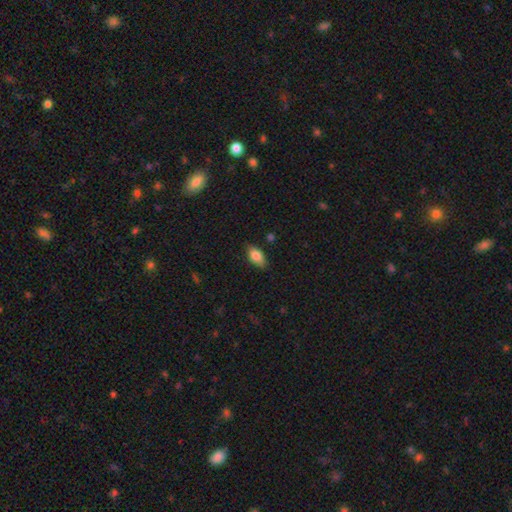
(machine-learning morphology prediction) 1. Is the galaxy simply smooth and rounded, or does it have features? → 82% smooth, 11% featured or disk, 7% star or artifact.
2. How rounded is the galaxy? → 89% in between, 6% cigar-shaped, 5% round.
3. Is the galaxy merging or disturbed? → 81% none, 15% minor disturbance, 3% major disturbance, 1% merger.